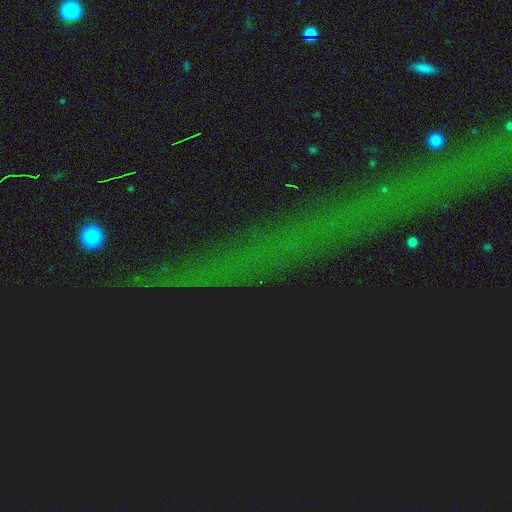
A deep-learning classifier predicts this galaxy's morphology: Q: Smooth or featured?
A: star or artifact (84%); runner-up: smooth (8%)